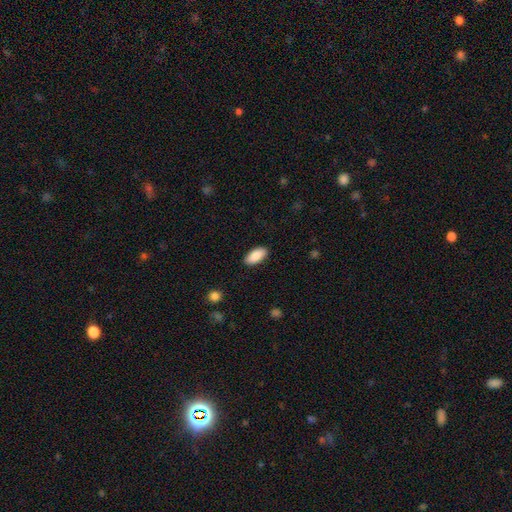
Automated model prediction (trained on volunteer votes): smooth 87%, featured or disk 7%, star or artifact 6%. Down the decision tree: how rounded — in between (92%); merging — none (88%).